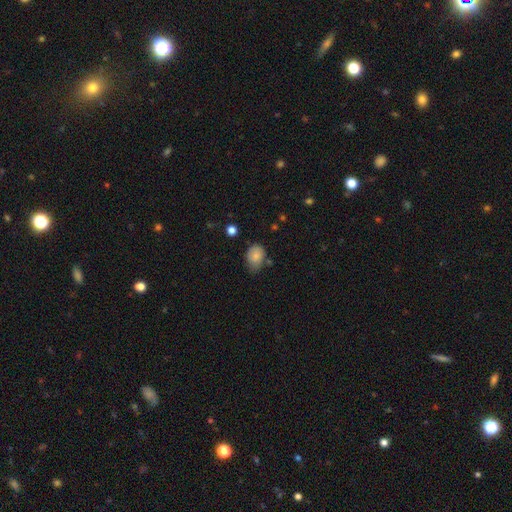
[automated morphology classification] A smooth galaxy with no disk features (82%) that is in between round and cigar-shaped (71%). Merging: none (54%).